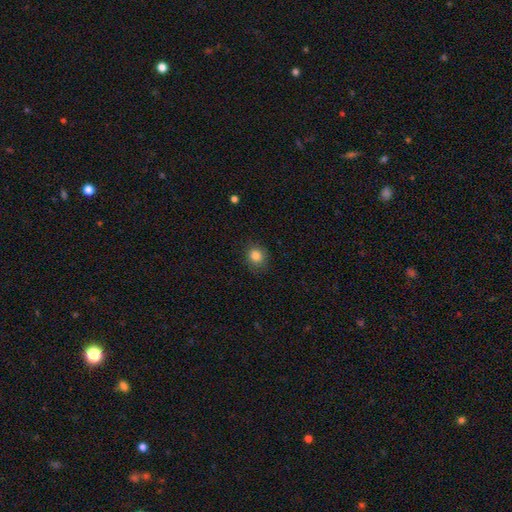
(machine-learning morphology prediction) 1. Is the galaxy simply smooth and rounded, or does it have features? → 84% smooth, 11% star or artifact, 5% featured or disk.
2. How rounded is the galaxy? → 80% round, 20% in between, 1% cigar-shaped.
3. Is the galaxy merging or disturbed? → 84% none, 12% minor disturbance, 3% major disturbance, 1% merger.